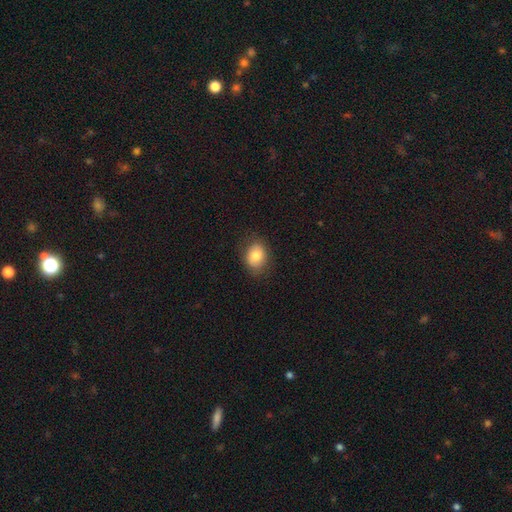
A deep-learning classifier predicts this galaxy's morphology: Smooth or featured? Predicted: smooth (p=0.79). How rounded? Predicted: in between (p=0.56). Merging? Predicted: none (p=0.81).